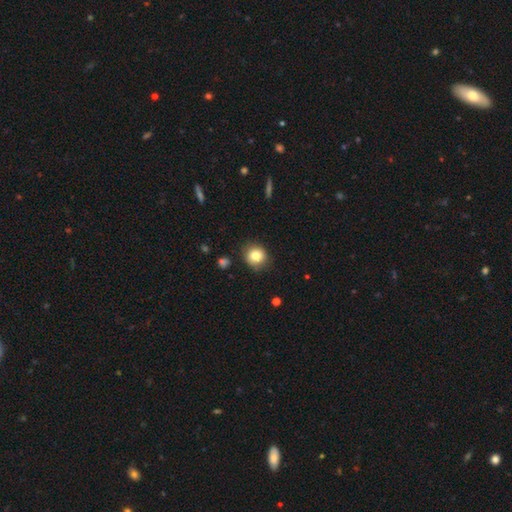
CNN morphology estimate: This is clearly a smooth galaxy (80%). How rounded: clearly round (85%). Merging: clearly none (84%).